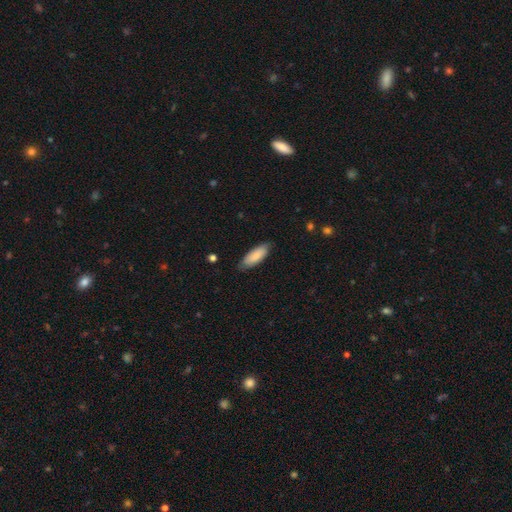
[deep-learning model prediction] Morphology: type=smooth (86%); roundness=in between (67%); merging=none (82%).